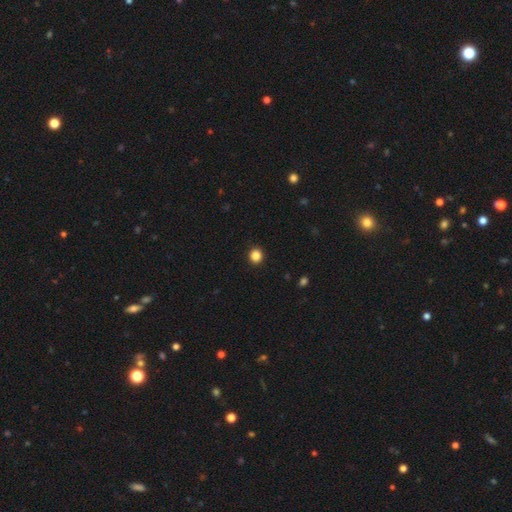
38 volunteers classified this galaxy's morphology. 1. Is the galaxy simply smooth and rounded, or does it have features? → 92% smooth, 5% featured or disk, 3% star or artifact.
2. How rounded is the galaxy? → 91% round, 9% in between, 0% cigar-shaped.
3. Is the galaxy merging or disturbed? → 95% none, 3% minor disturbance, 3% major disturbance, 0% merger.